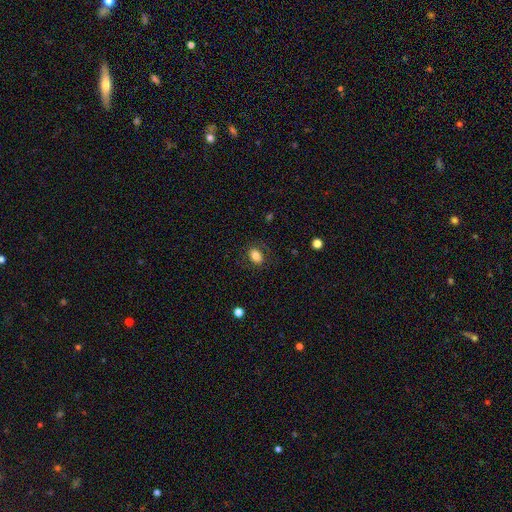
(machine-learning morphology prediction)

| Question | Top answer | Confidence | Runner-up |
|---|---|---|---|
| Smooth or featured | smooth | 81% | star or artifact (9%) |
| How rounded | in between | 77% | round (22%) |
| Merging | none | 80% | minor disturbance (13%) |